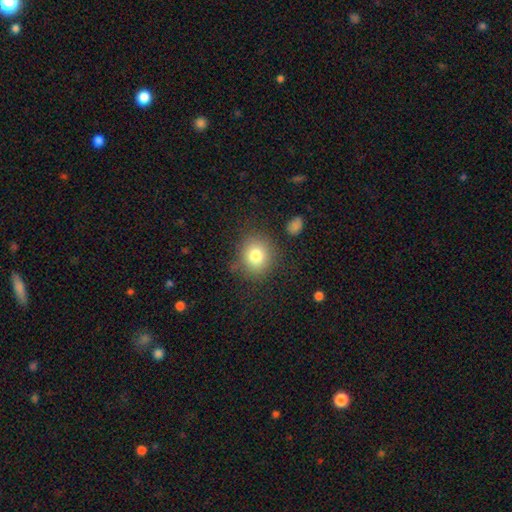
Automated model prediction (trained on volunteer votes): smooth_or_featured: smooth (p=0.80) [alt: star or artifact p=0.11]
how_rounded: round (p=0.79) [alt: in between p=0.20]
merging: none (p=0.80) [alt: minor disturbance p=0.13]